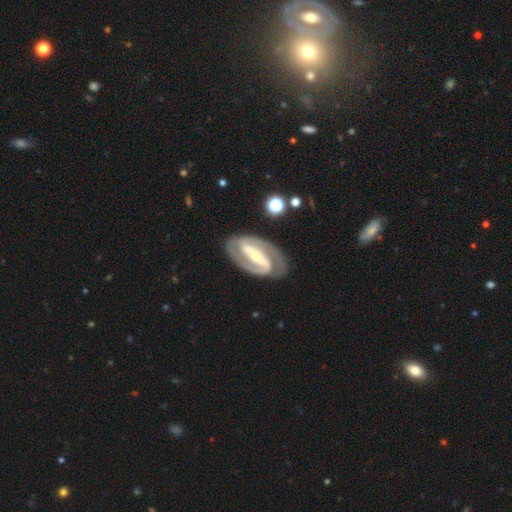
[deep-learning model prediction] Q: Smooth or featured?
A: featured or disk (90%); runner-up: smooth (6%)
Q: Edge-on disk?
A: no (96%); runner-up: yes (4%)
Q: Bar?
A: strong (79%); runner-up: weak (15%)
Q: Spiral arms?
A: yes (95%); runner-up: no (5%)
Q: Spiral winding?
A: tight (53%); runner-up: medium (38%)
Q: Spiral arm count?
A: 2 (91%); runner-up: can't tell (3%)
Q: Bulge size?
A: small (54%); runner-up: moderate (38%)
Q: Merging?
A: none (83%); runner-up: minor disturbance (11%)